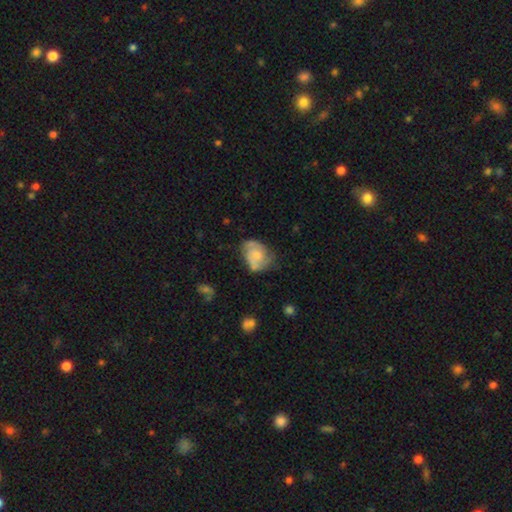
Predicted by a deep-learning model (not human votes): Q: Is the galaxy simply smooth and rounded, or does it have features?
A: featured or disk — 49%.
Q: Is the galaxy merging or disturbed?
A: none — 47%.